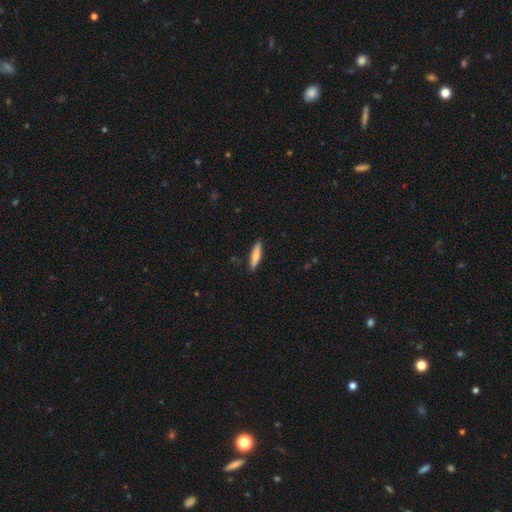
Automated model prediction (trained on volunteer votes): Smooth or featured: smooth — 70% (featured or disk — 24%)
How rounded: cigar-shaped — 81% (in between — 17%)
Merging: none — 90% (minor disturbance — 8%)